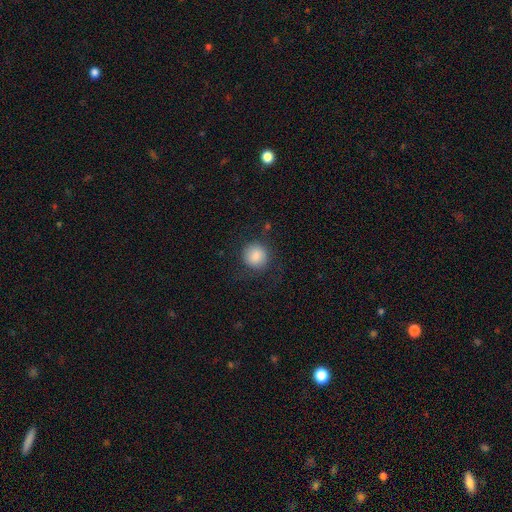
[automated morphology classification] This is clearly a smooth galaxy (85%). How rounded: clearly round (91%). Merging: likely none (79%).